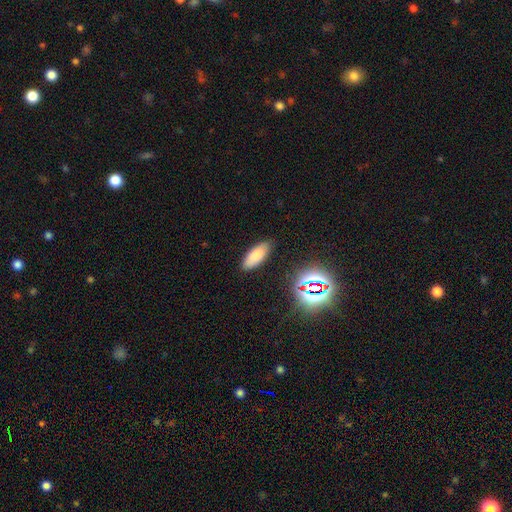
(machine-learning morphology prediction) Smooth or featured?
  - smooth: 81% *
  - star or artifact: 11%
  - featured or disk: 8%
How rounded?
  - in between: 80% *
  - cigar-shaped: 17%
  - round: 2%
Merging?
  - none: 86% *
  - minor disturbance: 10%
  - major disturbance: 2%
  - merger: 1%